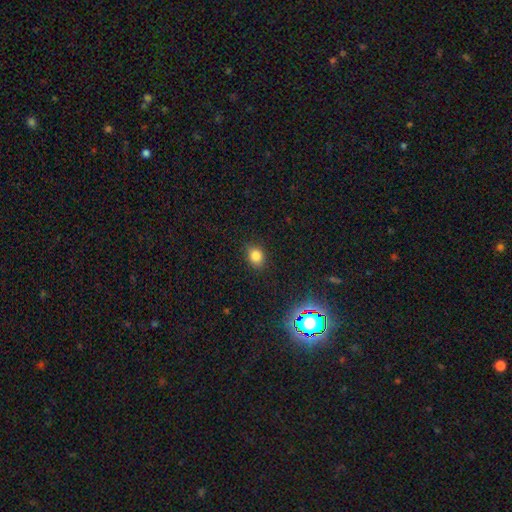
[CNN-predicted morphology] Overall: smooth (81%). How rounded: round (54%; in between 45%). Merging: none (85%).